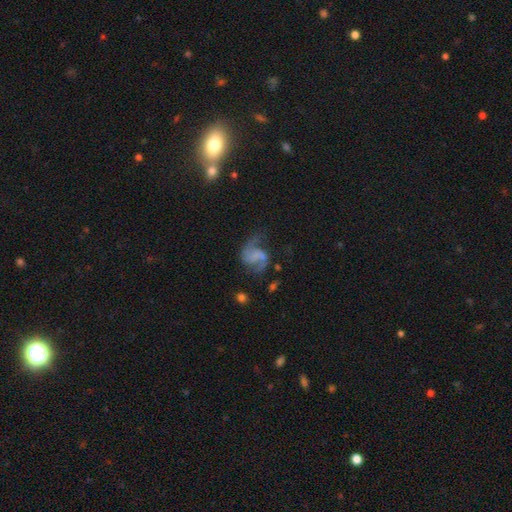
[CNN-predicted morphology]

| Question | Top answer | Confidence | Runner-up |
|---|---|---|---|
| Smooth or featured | featured or disk | 81% | smooth (11%) |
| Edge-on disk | no | 98% | yes (2%) |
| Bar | no | 51% | weak (36%) |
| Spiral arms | yes | 95% | no (5%) |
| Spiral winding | loose | 47% | medium (42%) |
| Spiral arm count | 2 | 89% | 1 (5%) |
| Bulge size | none | 66% | small (18%) |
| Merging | none | 57% | minor disturbance (19%) |